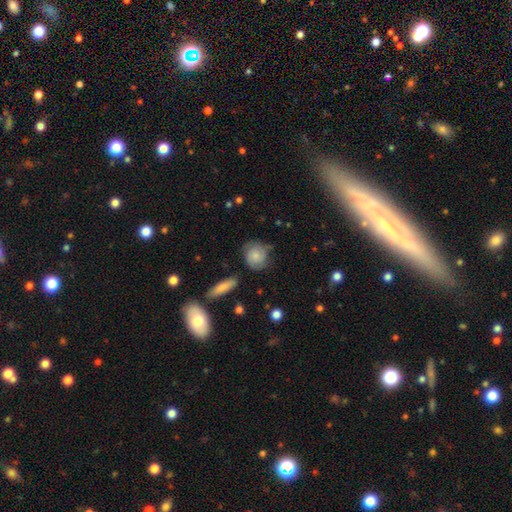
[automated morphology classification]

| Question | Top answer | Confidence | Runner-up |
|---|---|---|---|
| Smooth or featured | smooth | 64% | featured or disk (28%) |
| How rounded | round | 74% | in between (24%) |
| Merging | none | 63% | minor disturbance (26%) |